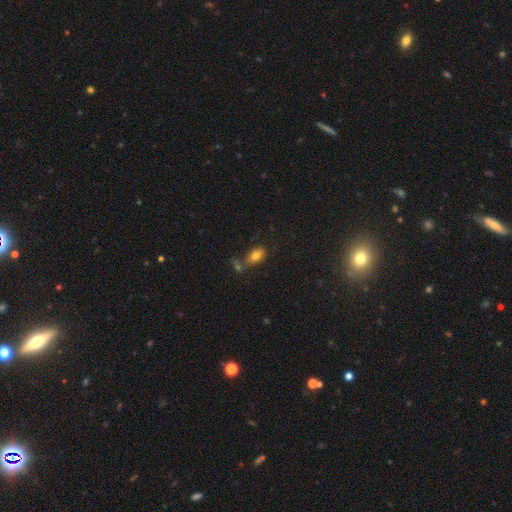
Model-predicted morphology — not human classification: smooth-or-featured: smooth: 79% | featured or disk: 11% | star or artifact: 10%
  how-rounded: in between: 86% | round: 11% | cigar-shaped: 2%
  merging: none: 52% | merger: 28% | minor disturbance: 14% | major disturbance: 6%